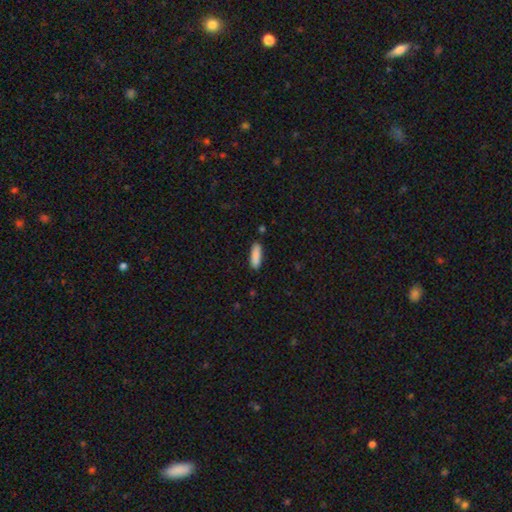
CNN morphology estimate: A smooth galaxy with no disk features (88%) that is cigar-shaped (54%).

Vote fractions:
- Smooth or featured? smooth: 88% / star or artifact: 6% / featured or disk: 5%
- How rounded? cigar-shaped: 54% / in between: 45% / round: 1%
- Merging? none: 87% / minor disturbance: 10% / major disturbance: 2% / merger: 2%